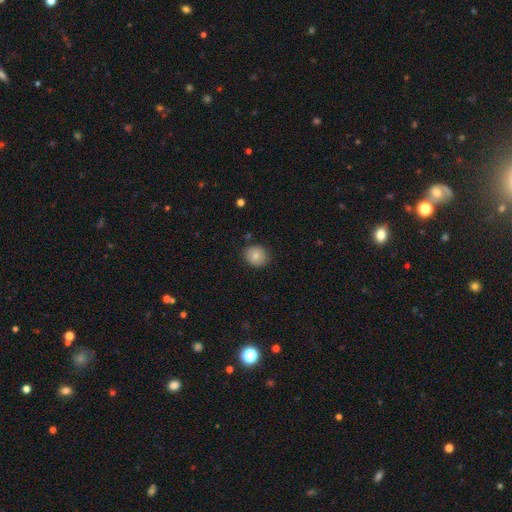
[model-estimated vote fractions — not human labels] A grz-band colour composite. It shows a smooth galaxy with no disk features (80%) that is round (81%). Merging: none (84%).